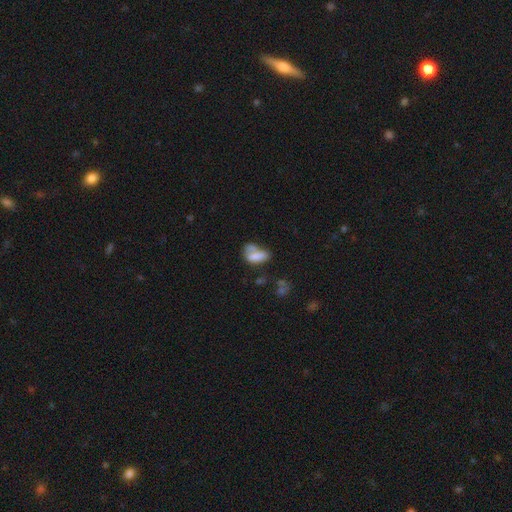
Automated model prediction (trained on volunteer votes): smooth-or-featured: smooth: 68% | featured or disk: 21% | star or artifact: 11%
  how-rounded: in between: 86% | round: 7% | cigar-shaped: 7%
  merging: merger: 29% | none: 27% | minor disturbance: 23% | major disturbance: 22%